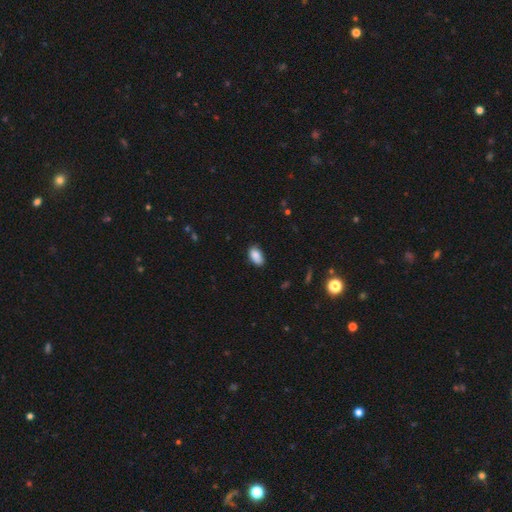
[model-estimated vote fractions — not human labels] The model was most divided on "merging": none: 79%, minor disturbance: 17%, major disturbance: 3%, merger: 1%. More confident: how rounded — in between (92%); smooth or featured — smooth (87%).